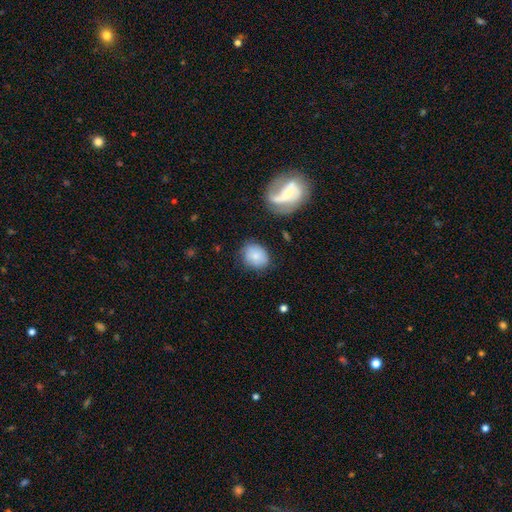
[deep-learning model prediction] A smooth galaxy with no disk features (78%) that is round (52%).

Vote fractions:
- Smooth or featured? smooth: 78% / featured or disk: 14% / star or artifact: 8%
- How rounded? round: 52% / in between: 47% / cigar-shaped: 1%
- Merging? none: 74% / minor disturbance: 16% / major disturbance: 6% / merger: 4%